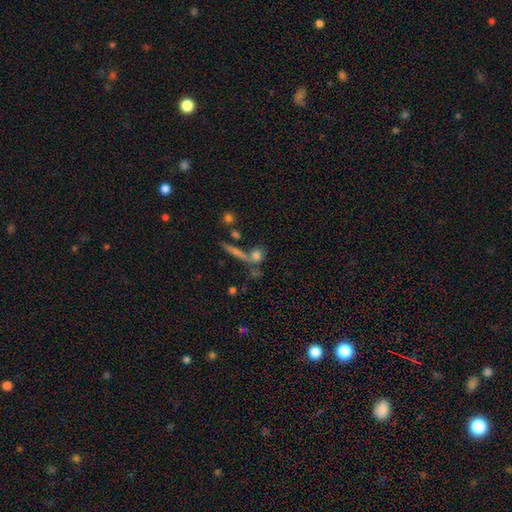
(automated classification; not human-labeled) A smooth galaxy with no disk features (37%). Merging: none (48%).